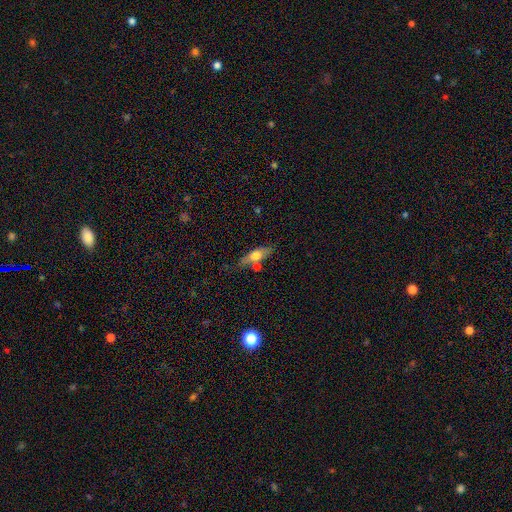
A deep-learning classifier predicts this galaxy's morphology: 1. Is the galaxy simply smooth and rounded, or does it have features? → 58% smooth, 35% featured or disk, 7% star or artifact.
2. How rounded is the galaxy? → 60% in between, 35% cigar-shaped, 5% round.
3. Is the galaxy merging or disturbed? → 57% none, 20% minor disturbance, 17% merger, 6% major disturbance.